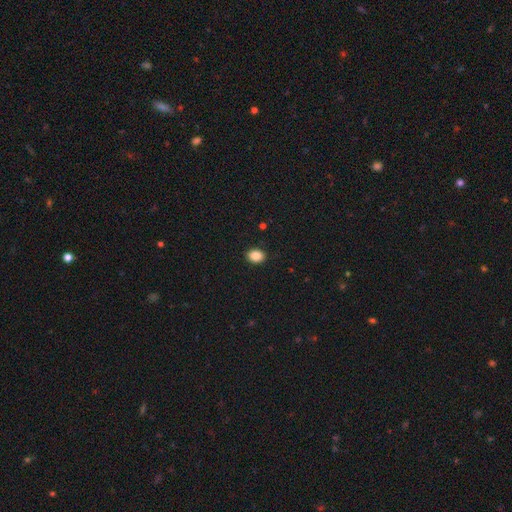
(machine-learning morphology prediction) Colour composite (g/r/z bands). It shows a smooth galaxy with no disk features (88%) that is in between round and cigar-shaped (61%). Merging: none (90%).